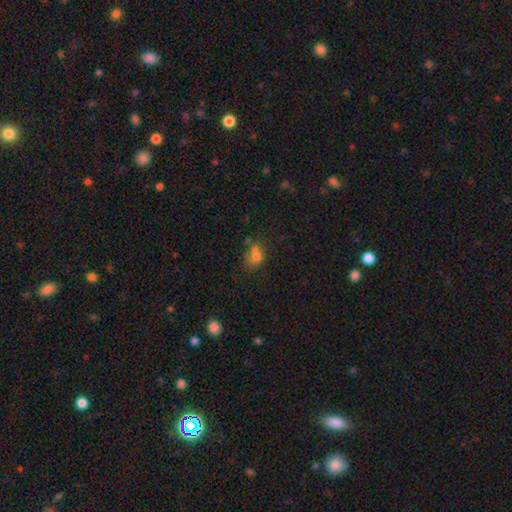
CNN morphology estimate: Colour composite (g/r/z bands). It shows a smooth galaxy with no disk features (69%) that is round (51%). Merging: none (43%).